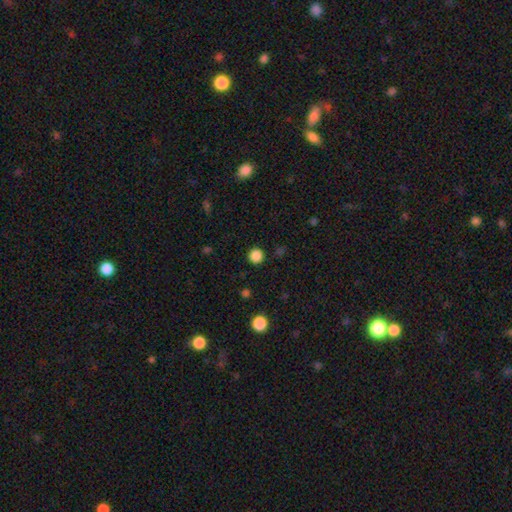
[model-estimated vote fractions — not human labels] smooth-or-featured: smooth: 86% | star or artifact: 12% | featured or disk: 2%
  how-rounded: round: 95% | in between: 4% | cigar-shaped: 1%
  merging: none: 91% | minor disturbance: 5% | major disturbance: 2% | merger: 1%